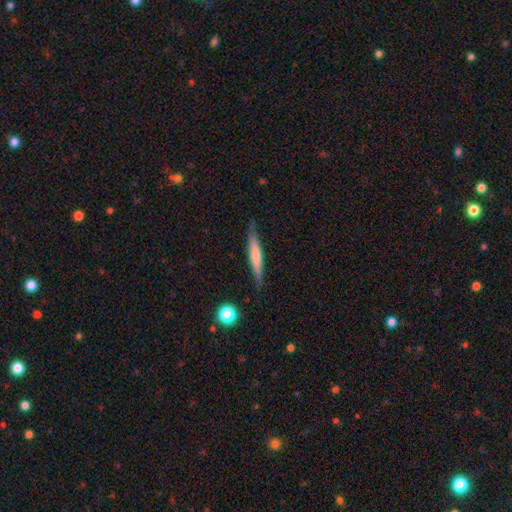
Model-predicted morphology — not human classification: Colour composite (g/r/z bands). It shows a smooth galaxy with no disk features (59%) that is cigar-shaped (92%). Merging: none (83%).